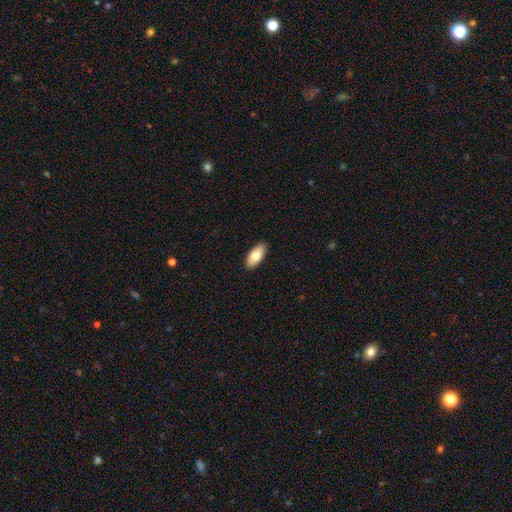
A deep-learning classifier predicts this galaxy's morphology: smooth_or_featured: smooth (p=0.77) [alt: featured or disk p=0.17]
how_rounded: in between (p=0.90) [alt: cigar-shaped p=0.08]
merging: none (p=0.90) [alt: minor disturbance p=0.07]